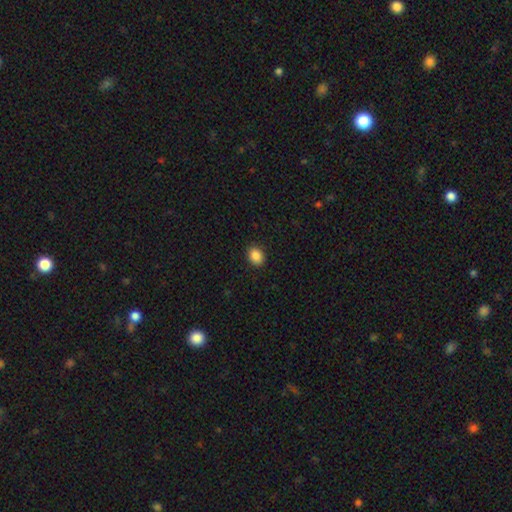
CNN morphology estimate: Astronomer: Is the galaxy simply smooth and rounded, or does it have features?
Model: smooth — 87%.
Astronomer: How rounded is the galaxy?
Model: in between — 53% (runner-up: round, 46%).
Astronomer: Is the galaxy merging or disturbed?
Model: none — 91%.